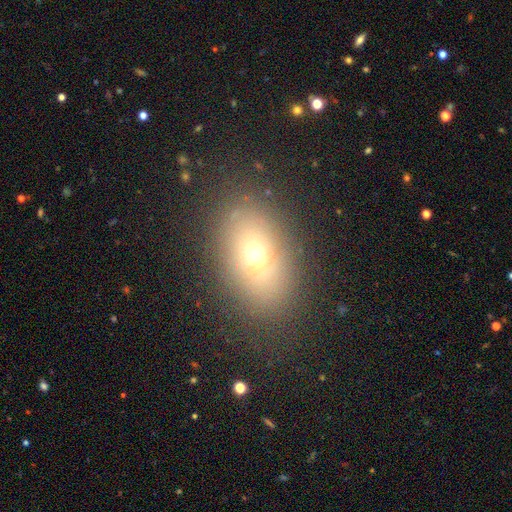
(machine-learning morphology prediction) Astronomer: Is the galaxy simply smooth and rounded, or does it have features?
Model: smooth — 65%.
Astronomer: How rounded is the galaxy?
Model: in between — 79%.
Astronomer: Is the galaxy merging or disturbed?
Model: none — 82%.